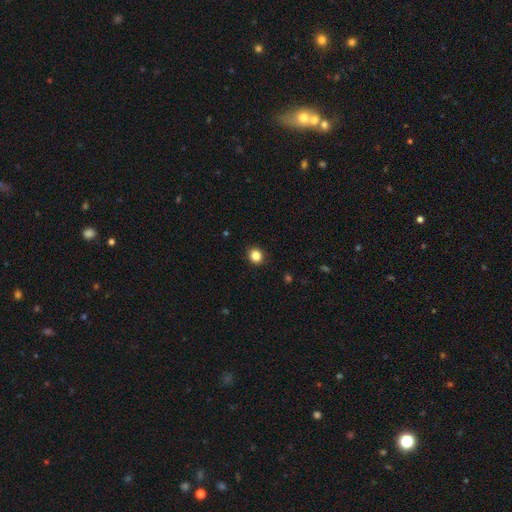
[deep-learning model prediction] This appears to be a smooth galaxy with no disk features (86%) that is round (77%). Merging: none (91%).